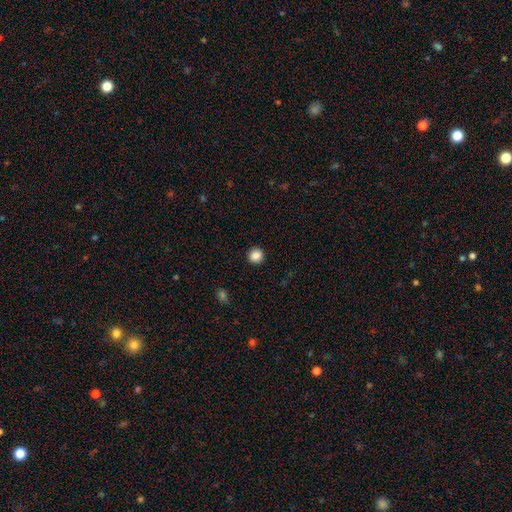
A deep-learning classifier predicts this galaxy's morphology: This appears to be a smooth galaxy with no disk features (87%) that is round (93%). Merging: none (93%).